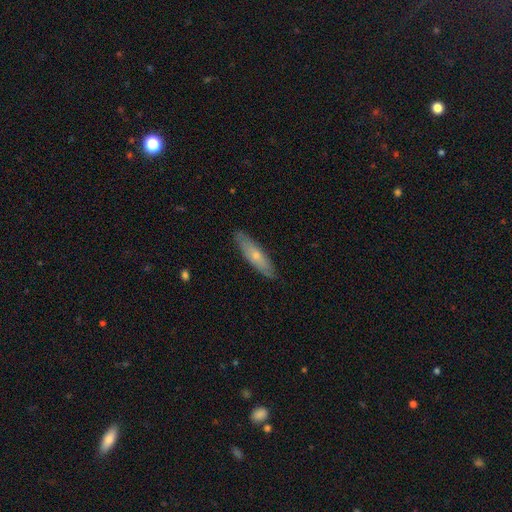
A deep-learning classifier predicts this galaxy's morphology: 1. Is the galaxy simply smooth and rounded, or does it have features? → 54% smooth, 40% featured or disk, 6% star or artifact.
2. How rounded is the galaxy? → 69% cigar-shaped, 29% in between, 2% round.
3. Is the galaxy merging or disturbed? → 85% none, 12% minor disturbance, 2% major disturbance, 1% merger.